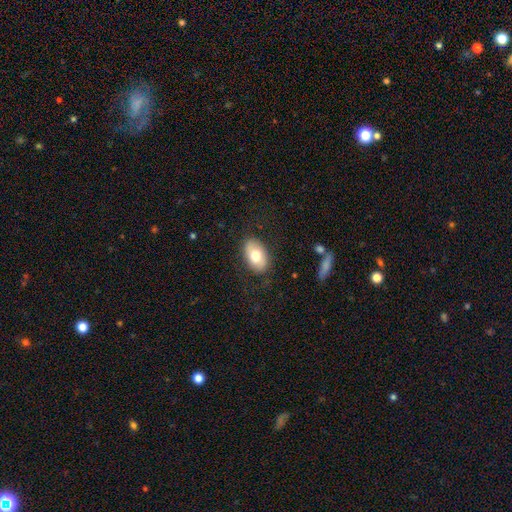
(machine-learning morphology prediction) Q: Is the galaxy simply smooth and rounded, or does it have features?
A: smooth — 72%.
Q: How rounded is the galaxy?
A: in between — 90%.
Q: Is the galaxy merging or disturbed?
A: none — 81%.